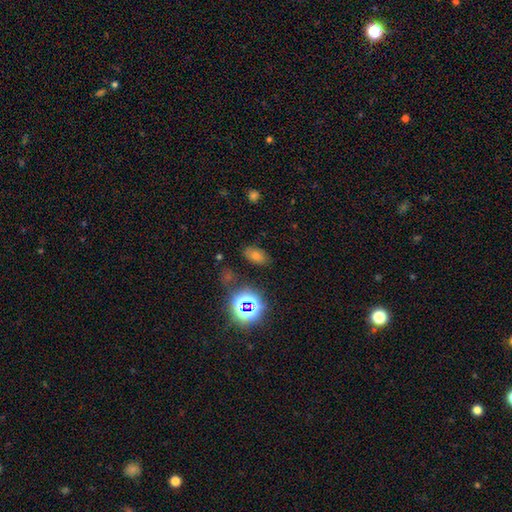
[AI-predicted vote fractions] This is possibly a smooth galaxy (51%). How rounded: clearly in between (81%). Merging: clearly none (83%).